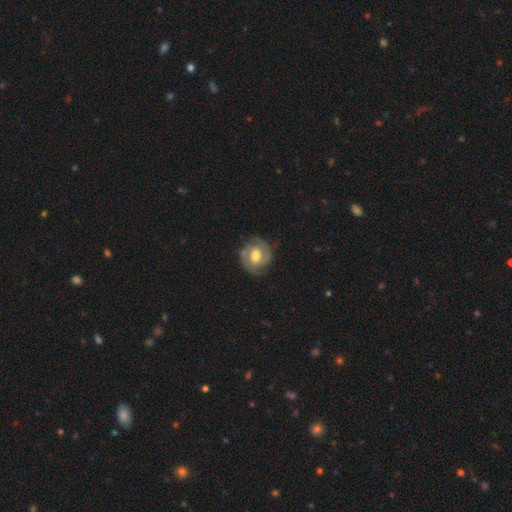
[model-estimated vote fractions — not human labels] A featured or disk galaxy (71%) with a weak bar (45%), 2 (71%) tight (54%) spiral arms (89%) and a moderate central bulge (71%).

Vote fractions:
- Smooth or featured? featured or disk: 71% / smooth: 23% / star or artifact: 6%
- Edge-on disk? no: 97% / yes: 3%
- Bar? weak: 45% / no: 41% / strong: 14%
- Spiral arms? yes: 89% / no: 11%
- Spiral winding? tight: 54% / medium: 36% / loose: 10%
- Spiral arm count? 2: 71% / can't tell: 14% / 3: 8% / 1: 3% / 4: 2% / more than 4: 2%
- Bulge size? moderate: 71% / large: 14% / small: 13% / none: 1% / dominant: 1%
- Merging? none: 77% / minor disturbance: 16% / major disturbance: 5% / merger: 2%